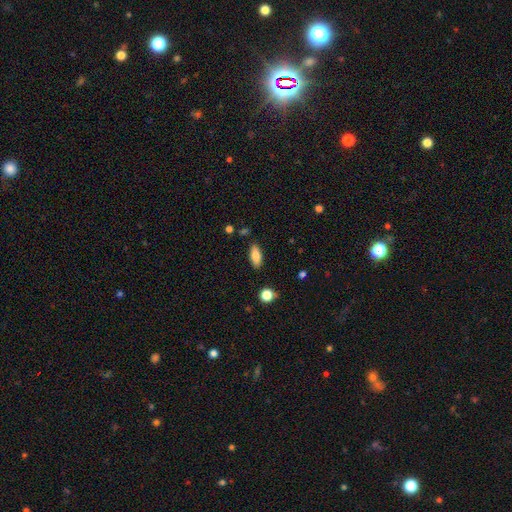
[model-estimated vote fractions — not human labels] Smooth or featured?
  - smooth: 84% *
  - featured or disk: 8%
  - star or artifact: 7%
How rounded?
  - in between: 81% *
  - cigar-shaped: 16%
  - round: 3%
Merging?
  - none: 86% *
  - minor disturbance: 10%
  - major disturbance: 2%
  - merger: 2%